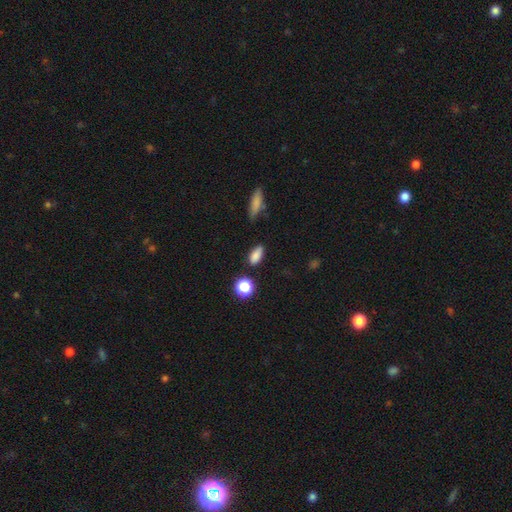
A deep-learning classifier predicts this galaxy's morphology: type=smooth (83%); roundness=in between (79%); merging=none (79%).